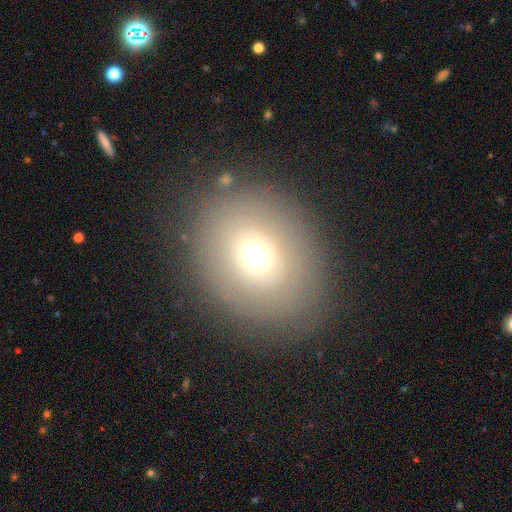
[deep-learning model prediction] Q: Smooth or featured?
A: smooth (65%); runner-up: featured or disk (21%)
Q: How rounded?
A: round (54%); runner-up: in between (45%)
Q: Merging?
A: none (82%); runner-up: minor disturbance (11%)